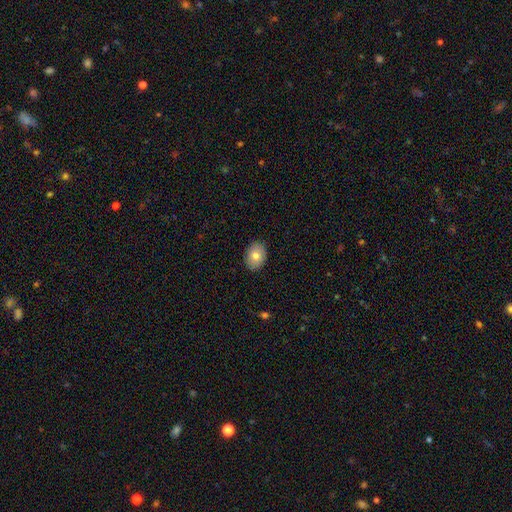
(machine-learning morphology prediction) This is likely a smooth galaxy (78%). How rounded: likely in between (69%). Merging: clearly none (89%).